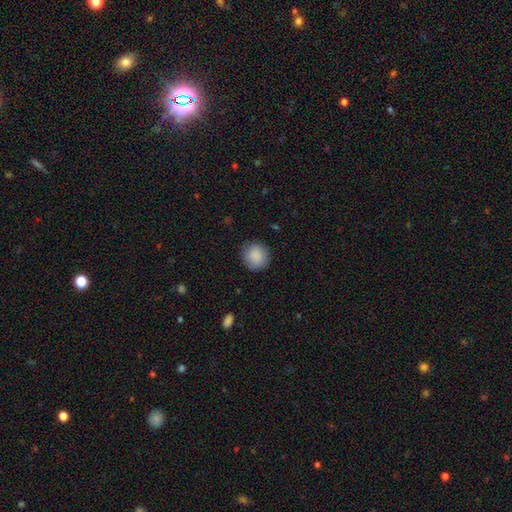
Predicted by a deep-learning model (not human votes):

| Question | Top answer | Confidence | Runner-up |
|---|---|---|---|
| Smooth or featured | smooth | 89% | star or artifact (7%) |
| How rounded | round | 87% | in between (12%) |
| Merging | none | 85% | minor disturbance (11%) |